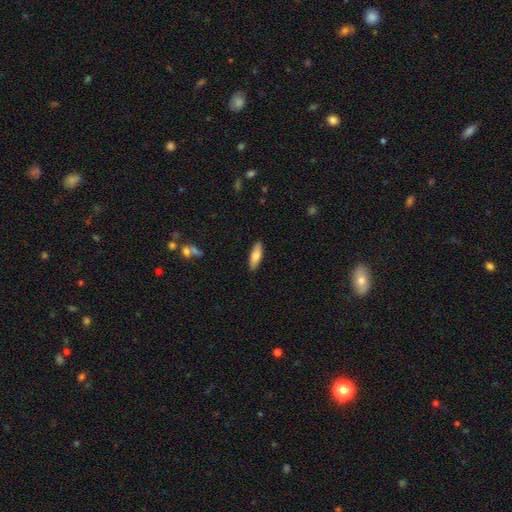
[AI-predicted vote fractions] A smooth galaxy with no disk features (75%) that is in between round and cigar-shaped (55%). Merging: none (88%).